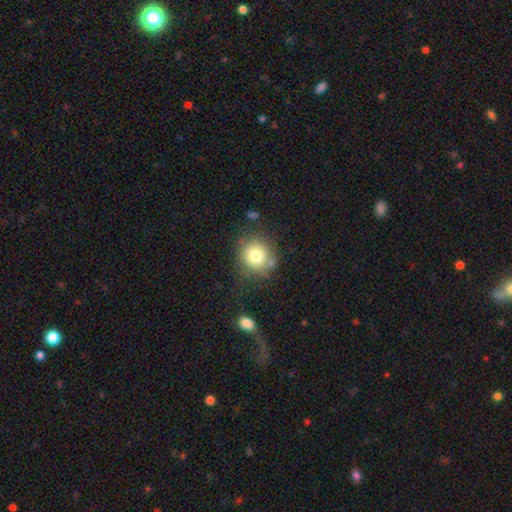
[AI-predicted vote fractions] Smooth or featured? smooth (78%)
How rounded? round (86%)
Merging? none (72%)